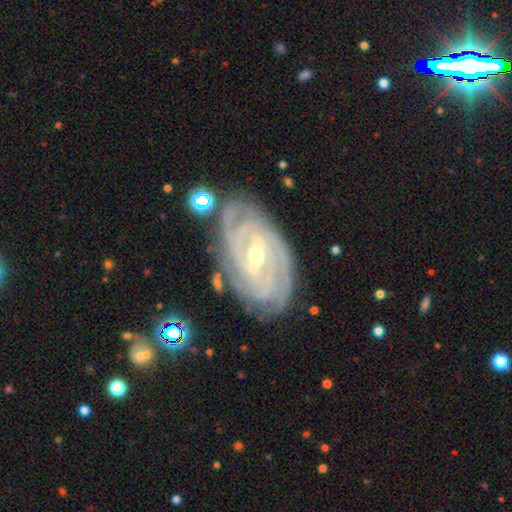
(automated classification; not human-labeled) Morphology: type=featured or disk (90%); edge-on=no (95%); bar=strong (44%); spiral arms=yes (98%); winding=tight (82%); arm count=4 (30%); bulge=small (52%); merging=none (79%).